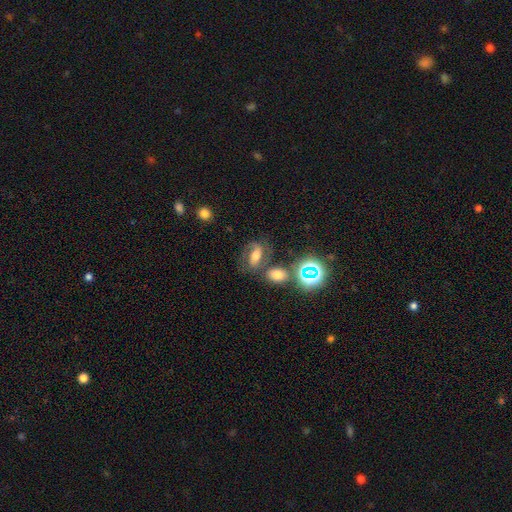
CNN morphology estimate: type=featured or disk (47%); merging=none (59%).